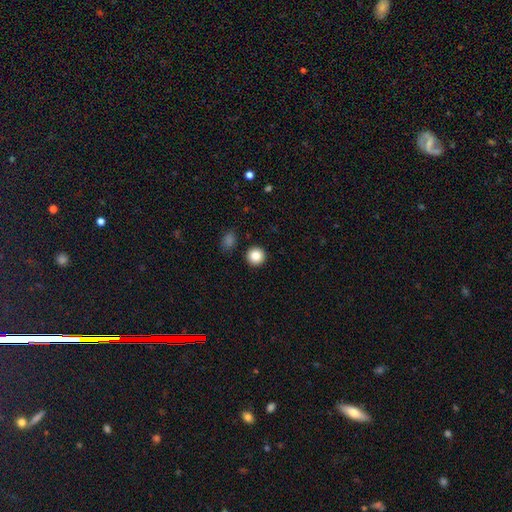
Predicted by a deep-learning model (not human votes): A smooth galaxy with no disk features (86%) that is round (95%). Merging: none (92%).